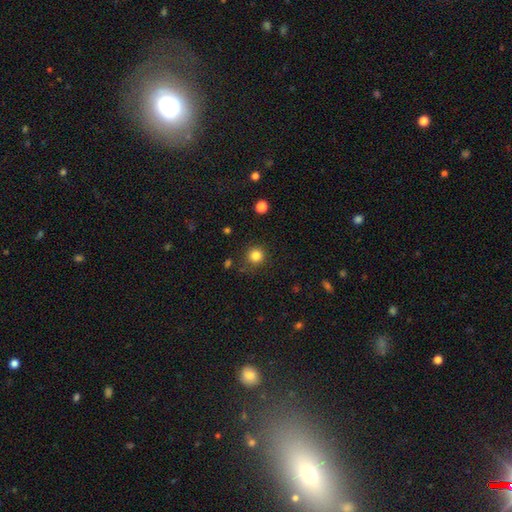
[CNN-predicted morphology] type=smooth (83%); roundness=round (94%); merging=none (87%).